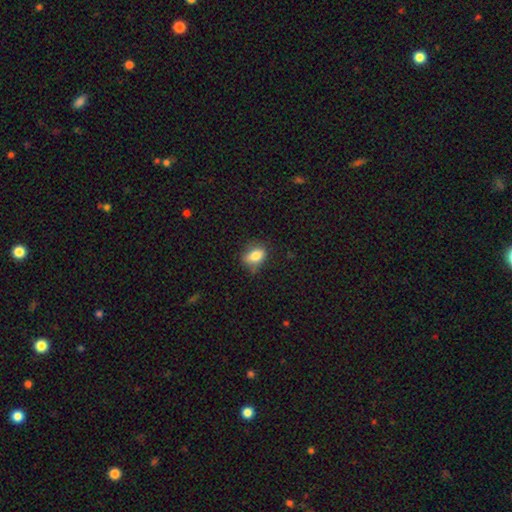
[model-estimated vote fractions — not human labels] A smooth galaxy with no disk features (81%) that is in between round and cigar-shaped (77%). Merging: none (65%).